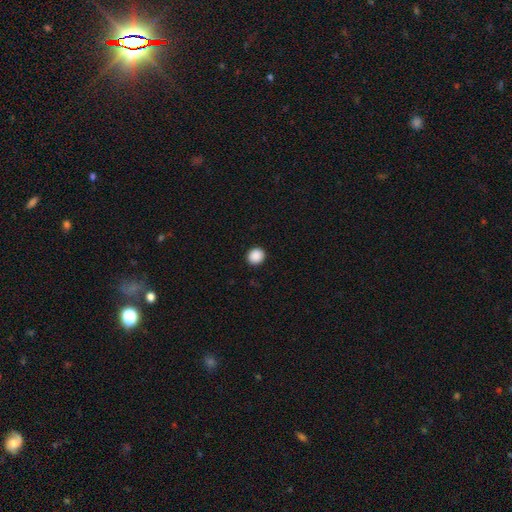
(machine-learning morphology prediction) Smooth or featured?
  - smooth: 89% *
  - star or artifact: 8%
  - featured or disk: 2%
How rounded?
  - round: 83% *
  - in between: 16%
  - cigar-shaped: 1%
Merging?
  - none: 92% *
  - minor disturbance: 5%
  - major disturbance: 2%
  - merger: 1%